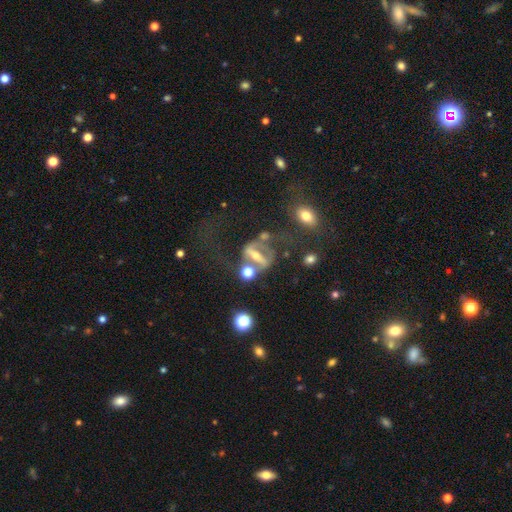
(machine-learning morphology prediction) smooth_or_featured: featured or disk (p=0.71) [alt: smooth p=0.18]
disk_edge_on: no (p=0.83) [alt: yes p=0.17]
bar: strong (p=0.74) [alt: weak p=0.15]
has_spiral_arms: yes (p=0.55) [alt: no p=0.45]
bulge_size: moderate (p=0.47) [alt: small p=0.44]
merging: none (p=0.38) [alt: major disturbance p=0.26]